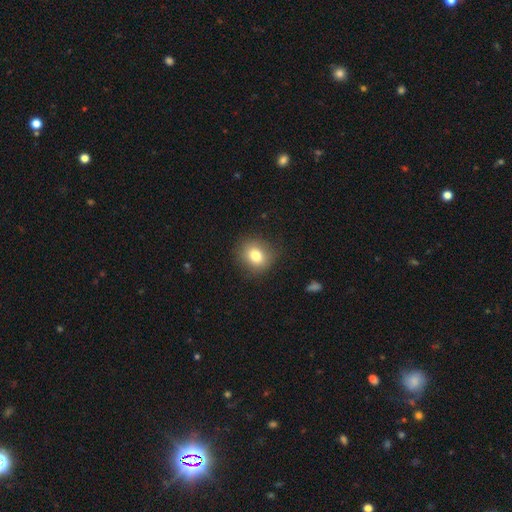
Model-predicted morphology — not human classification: This appears to be a smooth galaxy with no disk features (80%) that is round (73%). Merging: none (84%).